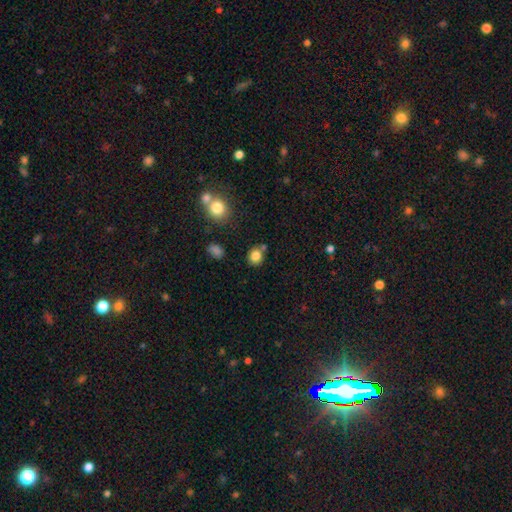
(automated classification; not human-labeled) This is clearly a smooth galaxy (83%). How rounded: likely round (77%). Merging: likely none (74%).